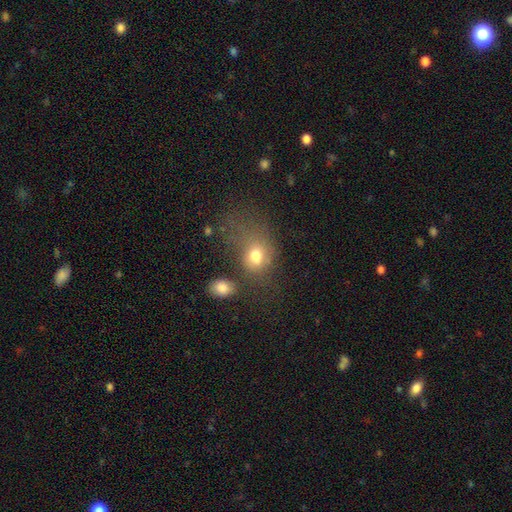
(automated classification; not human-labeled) smooth_or_featured: smooth (p=0.72) [alt: featured or disk p=0.14]
how_rounded: in between (p=0.62) [alt: round p=0.36]
merging: none (p=0.37) [alt: major disturbance p=0.29]